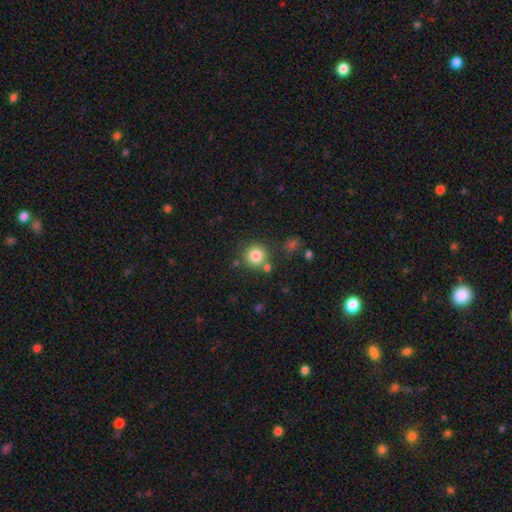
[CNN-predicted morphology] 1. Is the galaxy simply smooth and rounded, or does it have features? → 82% smooth, 11% star or artifact, 7% featured or disk.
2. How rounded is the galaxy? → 93% round, 6% in between, 1% cigar-shaped.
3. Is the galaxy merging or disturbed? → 78% none, 9% minor disturbance, 9% merger, 4% major disturbance.